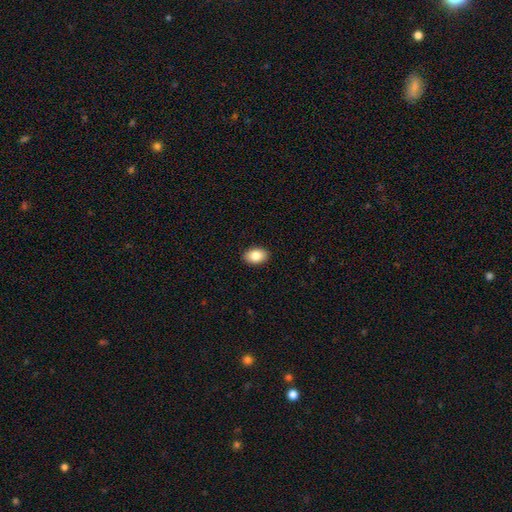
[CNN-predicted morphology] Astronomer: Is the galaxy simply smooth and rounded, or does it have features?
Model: smooth — 85%.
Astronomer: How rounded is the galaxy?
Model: in between — 87%.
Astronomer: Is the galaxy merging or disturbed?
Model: none — 91%.